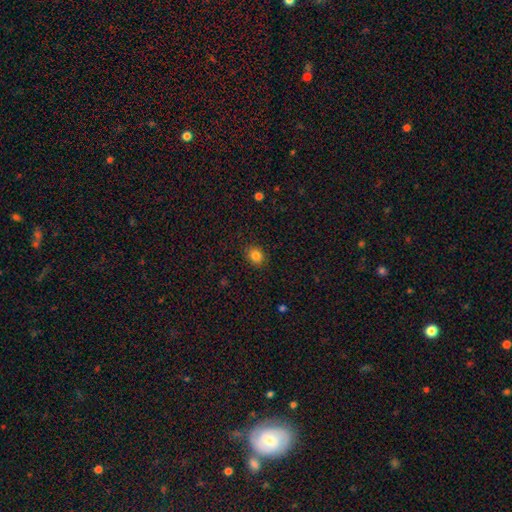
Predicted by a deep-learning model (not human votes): Morphology: type=smooth (83%); roundness=round (69%); merging=none (89%).